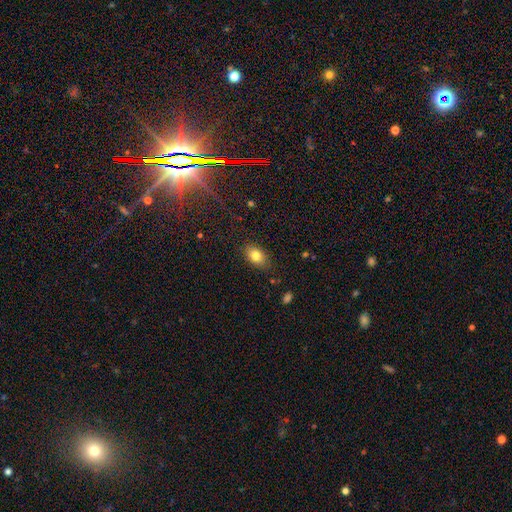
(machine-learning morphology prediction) The model was most divided on "smooth or featured": smooth: 80%, featured or disk: 11%, star or artifact: 9%. More confident: how rounded — in between (86%); merging — none (83%).